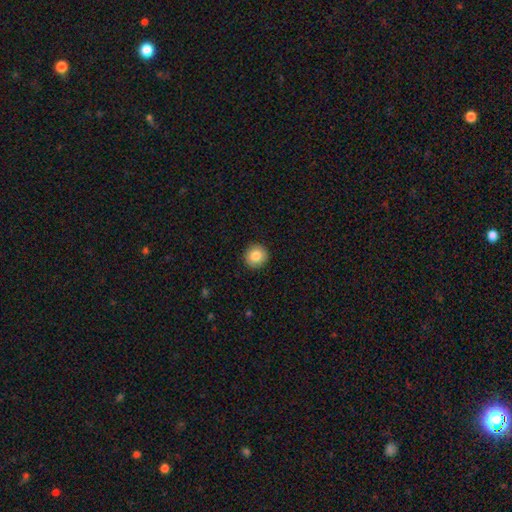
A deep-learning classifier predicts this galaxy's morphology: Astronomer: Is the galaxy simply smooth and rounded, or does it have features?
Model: smooth — 84%.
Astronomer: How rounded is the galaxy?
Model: round — 93%.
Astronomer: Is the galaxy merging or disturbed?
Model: none — 91%.